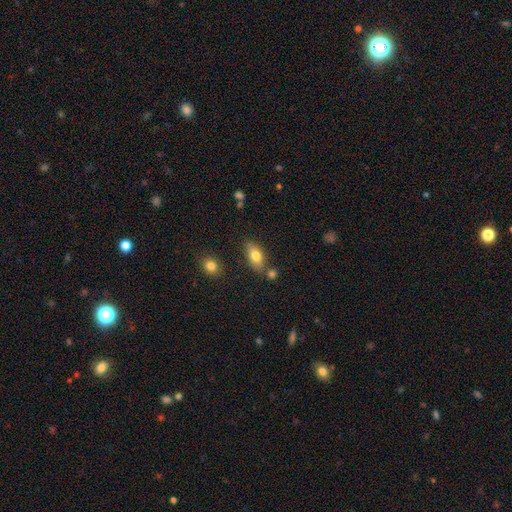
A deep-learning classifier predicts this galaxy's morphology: A smooth galaxy with no disk features (77%) that is in between round and cigar-shaped (86%).

Vote fractions:
- Smooth or featured? smooth: 77% / featured or disk: 16% / star or artifact: 8%
- How rounded? in between: 86% / cigar-shaped: 9% / round: 5%
- Merging? none: 74% / minor disturbance: 13% / merger: 9% / major disturbance: 3%